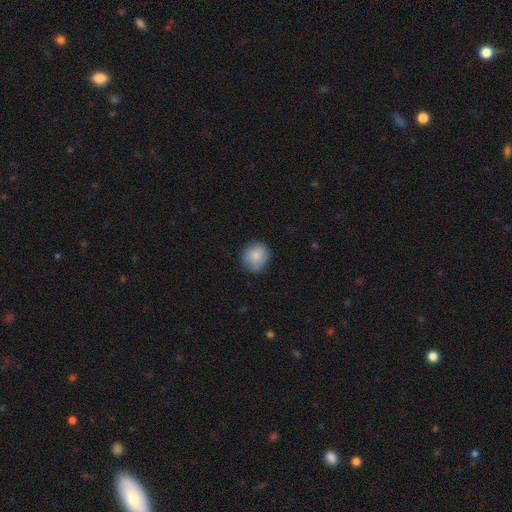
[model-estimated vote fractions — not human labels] This appears to be a smooth galaxy with no disk features (84%) that is round (79%). Merging: none (78%).